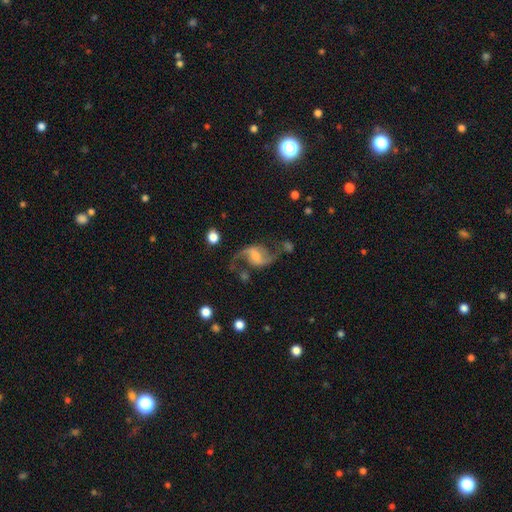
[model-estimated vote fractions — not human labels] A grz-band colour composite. It shows a featured or disk galaxy (87%) with a weak bar (46%), 2 (93%) loose (74%) spiral arms (97%) and a small central bulge (31%). Merging: none (66%).